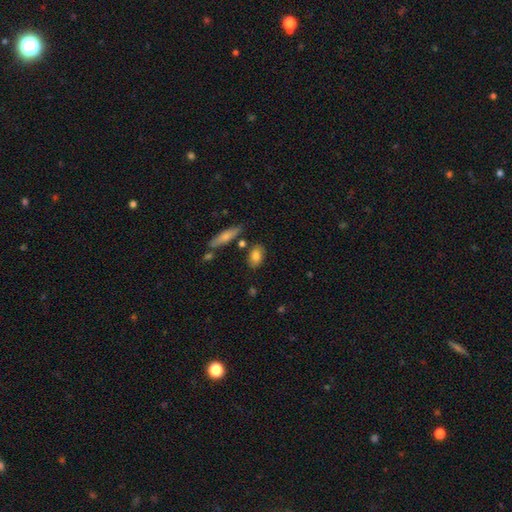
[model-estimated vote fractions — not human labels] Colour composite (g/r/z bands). It shows a smooth galaxy with no disk features (82%) that is in between round and cigar-shaped (84%). Merging: none (76%).